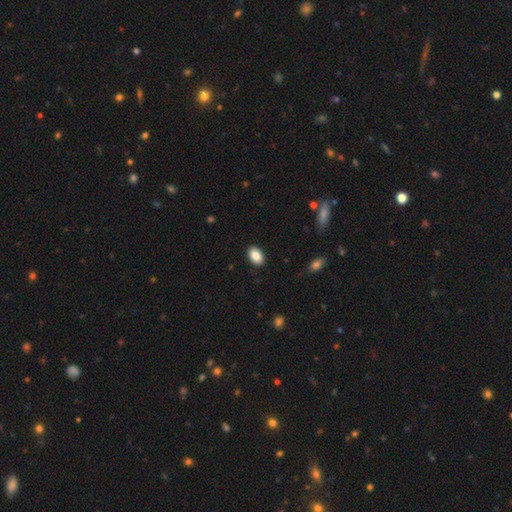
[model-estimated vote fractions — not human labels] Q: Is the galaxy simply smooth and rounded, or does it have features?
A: smooth — 87%.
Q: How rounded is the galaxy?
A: in between — 90%.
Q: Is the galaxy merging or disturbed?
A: none — 89%.